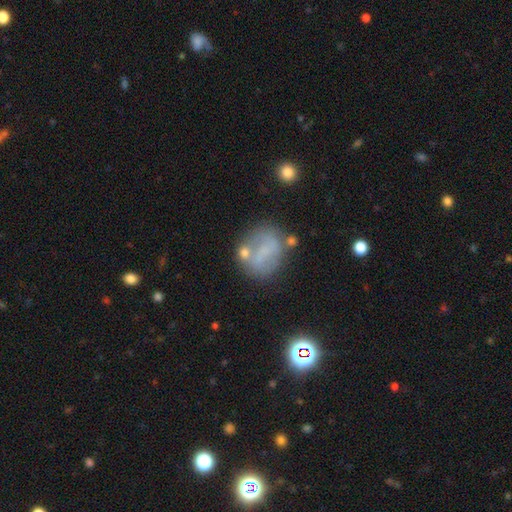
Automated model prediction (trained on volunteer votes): The model was most divided on "smooth or featured": smooth: 46%, featured or disk: 38%, star or artifact: 16%. More confident: merging — none (55%).